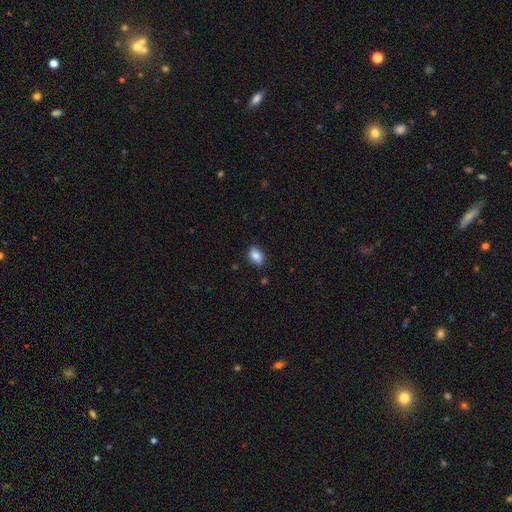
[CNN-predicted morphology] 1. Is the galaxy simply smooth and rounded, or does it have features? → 85% smooth, 8% star or artifact, 6% featured or disk.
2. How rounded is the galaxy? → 83% in between, 15% round, 2% cigar-shaped.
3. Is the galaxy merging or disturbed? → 81% none, 15% minor disturbance, 3% major disturbance, 2% merger.